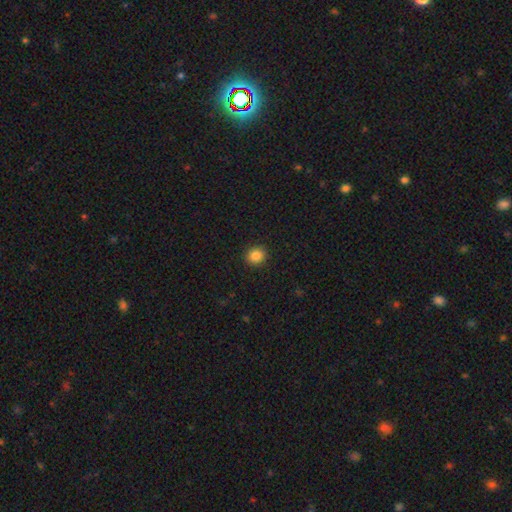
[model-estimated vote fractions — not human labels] Q: Smooth or featured?
A: smooth (86%); runner-up: star or artifact (10%)
Q: How rounded?
A: round (83%); runner-up: in between (16%)
Q: Merging?
A: none (92%); runner-up: minor disturbance (5%)